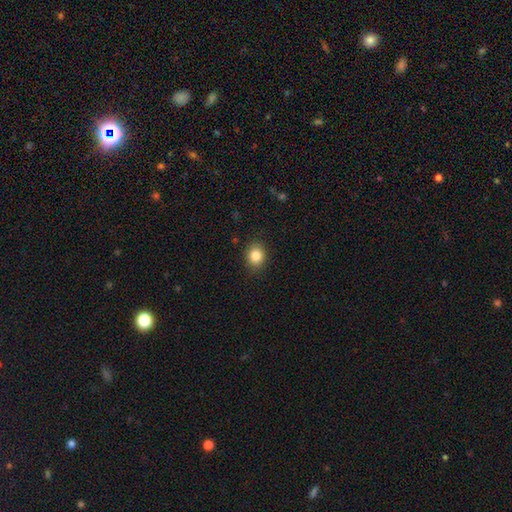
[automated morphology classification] The model was most divided on "how rounded": round: 58%, in between: 41%, cigar-shaped: 1%. More confident: merging — none (87%); smooth or featured — smooth (85%).